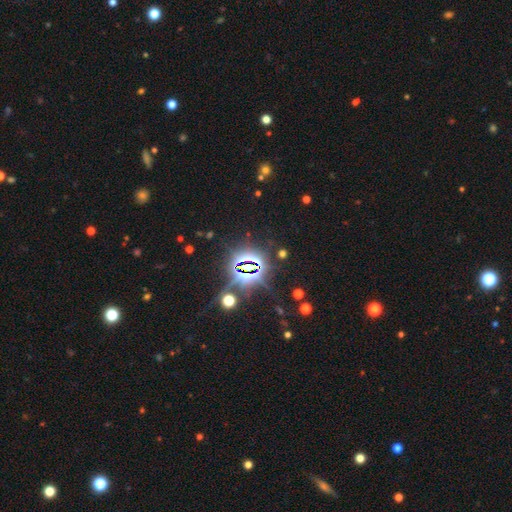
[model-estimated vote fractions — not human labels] Overall: star or artifact (83%).